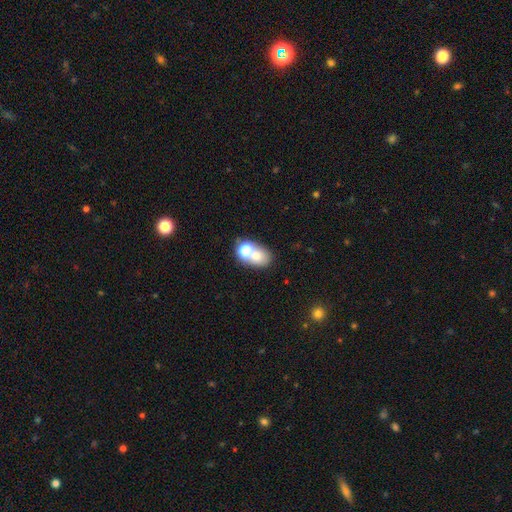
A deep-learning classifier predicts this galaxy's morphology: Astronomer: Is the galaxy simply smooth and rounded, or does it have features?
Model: smooth — 66%.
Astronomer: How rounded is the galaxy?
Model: in between — 55% (runner-up: round, 43%).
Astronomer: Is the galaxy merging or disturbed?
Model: merger — 52% (runner-up: none, 35%).